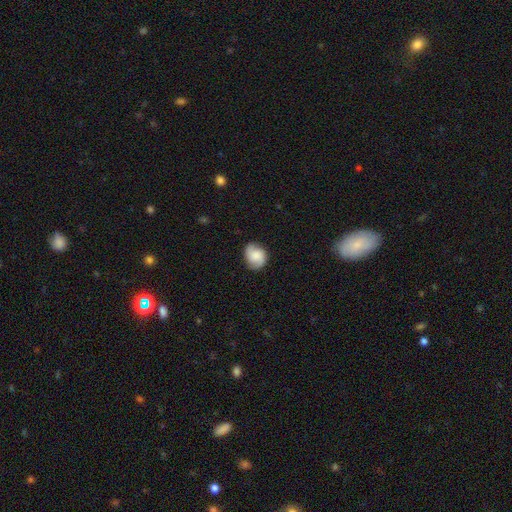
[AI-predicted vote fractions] Morphology: type=smooth (56%); roundness=round (62%); merging=none (76%).